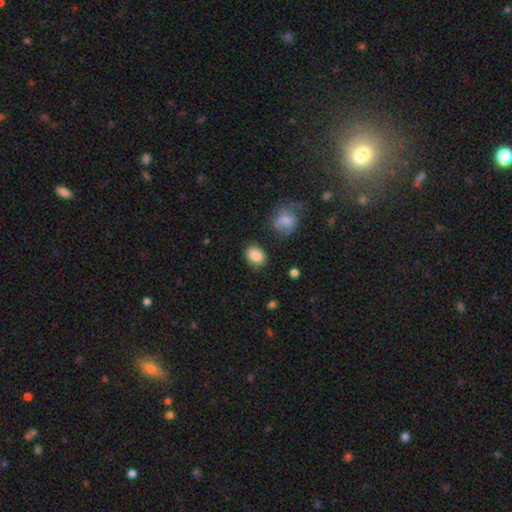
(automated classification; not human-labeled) A smooth galaxy with no disk features (86%) that is in between round and cigar-shaped (69%). Merging: none (79%).